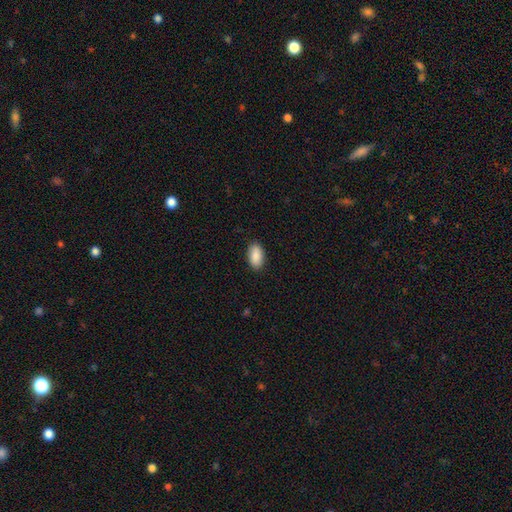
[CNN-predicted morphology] Smooth or featured? smooth (89%)
How rounded? in between (94%)
Merging? none (88%)